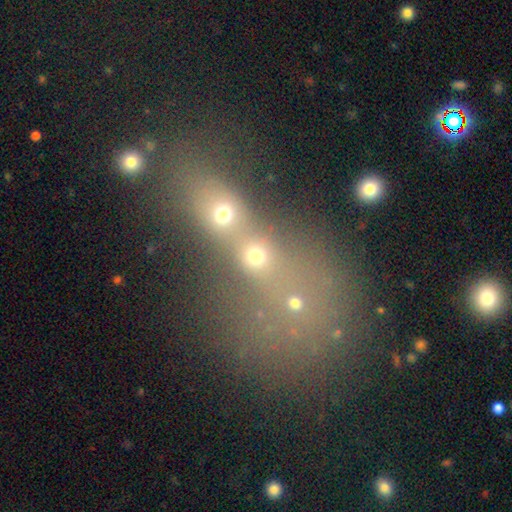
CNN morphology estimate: Smooth or featured? Predicted: star or artifact (p=0.45).